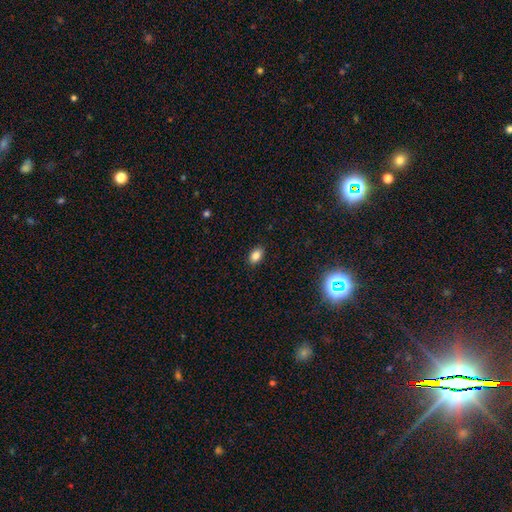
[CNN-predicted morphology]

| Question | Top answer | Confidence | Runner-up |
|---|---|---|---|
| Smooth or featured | smooth | 84% | star or artifact (11%) |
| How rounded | in between | 86% | round (12%) |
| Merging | none | 89% | minor disturbance (8%) |